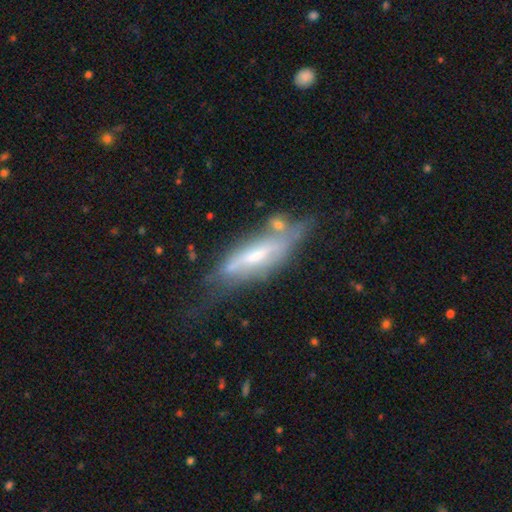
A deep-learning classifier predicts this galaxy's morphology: A featured or disk galaxy (65%) viewed edge-on (59%). Merging: none (44%).